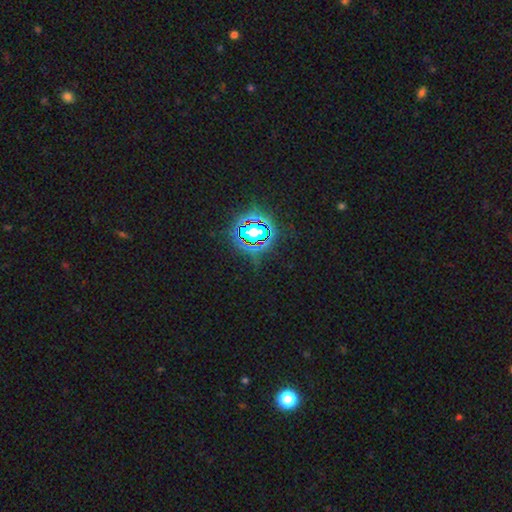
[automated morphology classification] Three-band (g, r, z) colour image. It shows a star or artifact, not a galaxy (81%).